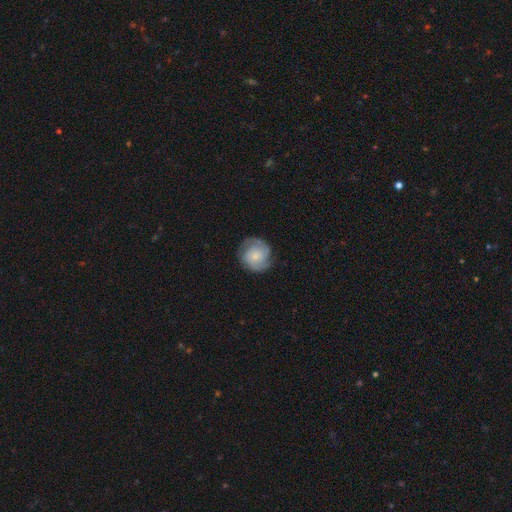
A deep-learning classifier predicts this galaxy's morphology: Smooth or featured? Predicted: featured or disk (p=0.68). Edge-on disk? Predicted: no (p=0.98). Bar? Predicted: no (p=0.72). Spiral arms? Predicted: yes (p=0.94). Spiral winding? Predicted: tight (p=0.50). Spiral arm count? Predicted: 2 (p=0.63). Bulge size? Predicted: small (p=0.53). Merging? Predicted: none (p=0.76).